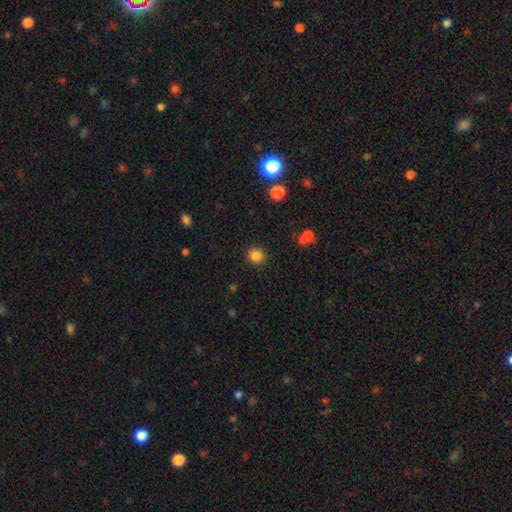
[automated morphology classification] A smooth galaxy with no disk features (84%) that is round (93%). Merging: none (90%).